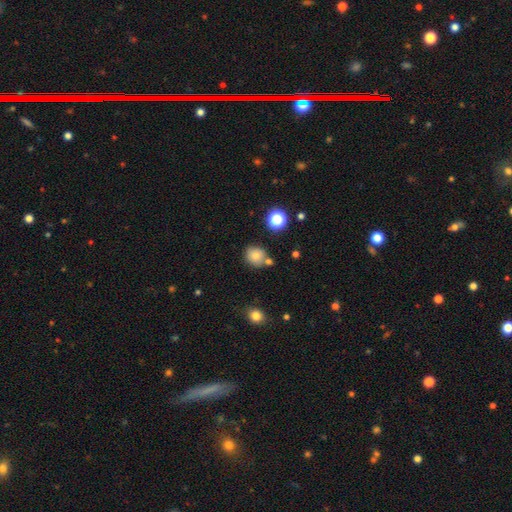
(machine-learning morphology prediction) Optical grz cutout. It shows a smooth galaxy with no disk features (76%) that is round (83%). Merging: none (70%).